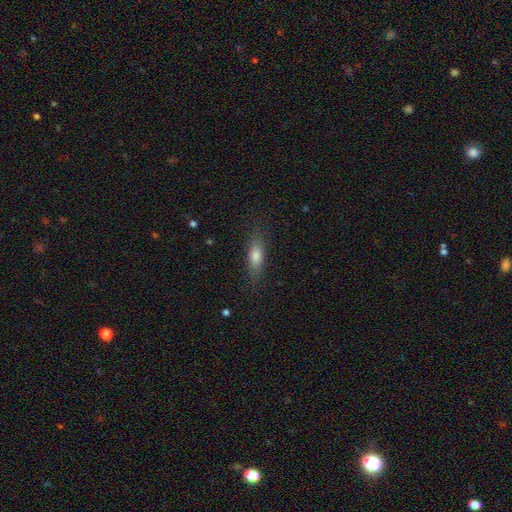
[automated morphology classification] Q: Smooth or featured?
A: smooth (72%); runner-up: featured or disk (20%)
Q: How rounded?
A: in between (49%); runner-up: cigar-shaped (48%)
Q: Merging?
A: none (82%); runner-up: minor disturbance (13%)